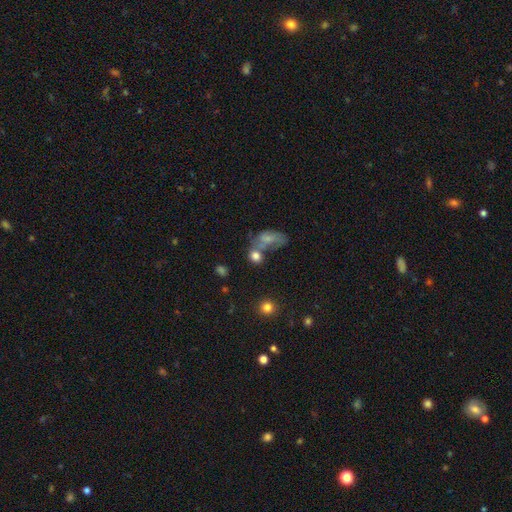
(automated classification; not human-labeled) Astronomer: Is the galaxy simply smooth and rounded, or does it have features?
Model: smooth — 75%.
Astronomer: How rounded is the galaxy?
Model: round — 54% (runner-up: in between, 43%).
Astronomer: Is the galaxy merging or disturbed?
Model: none — 40% (runner-up: merger, 39%).